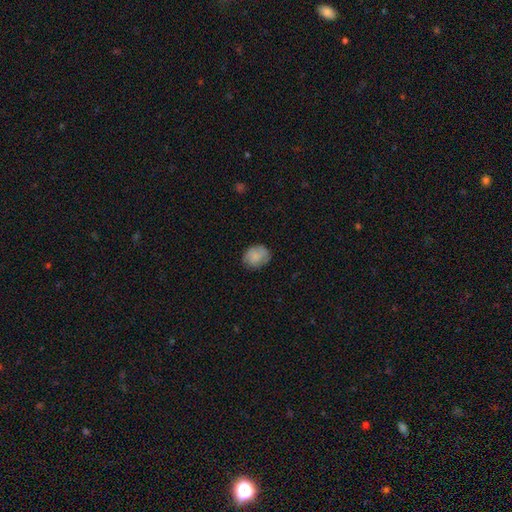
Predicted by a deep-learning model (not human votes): Morphology: type=smooth (78%); roundness=round (58%); merging=none (76%).